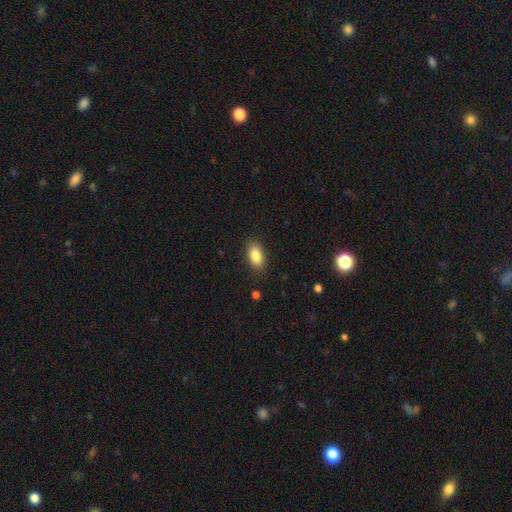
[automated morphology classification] A smooth galaxy with no disk features (85%) that is in between round and cigar-shaped (90%). Merging: none (86%).